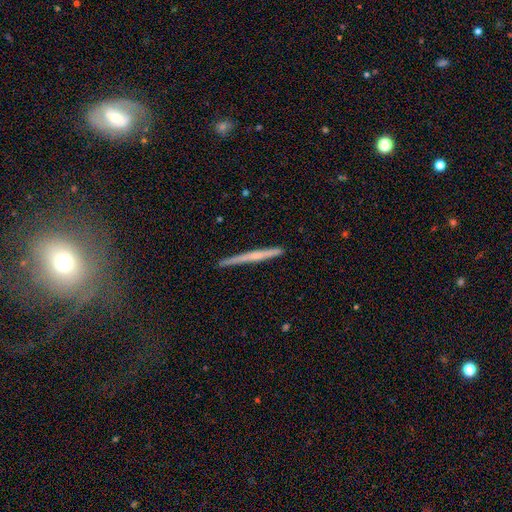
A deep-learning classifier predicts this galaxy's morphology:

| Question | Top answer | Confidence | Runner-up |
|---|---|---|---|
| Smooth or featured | featured or disk | 56% | smooth (37%) |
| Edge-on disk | yes | 98% | no (2%) |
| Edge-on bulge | none | 61% | rounded (30%) |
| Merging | none | 89% | minor disturbance (8%) |